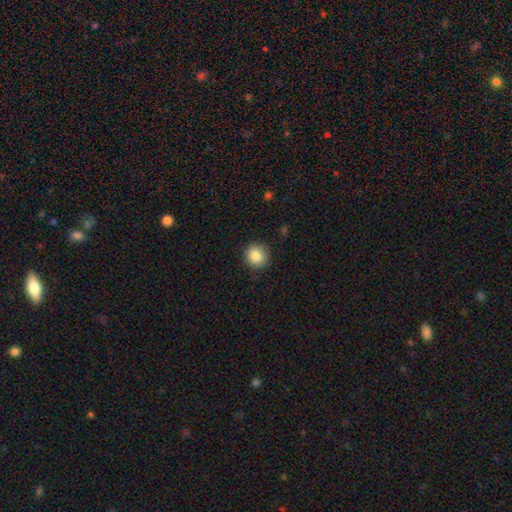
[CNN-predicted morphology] Smooth or featured?
  - smooth: 86% *
  - star or artifact: 9%
  - featured or disk: 5%
How rounded?
  - round: 90% *
  - in between: 9%
  - cigar-shaped: 1%
Merging?
  - none: 88% *
  - minor disturbance: 8%
  - major disturbance: 2%
  - merger: 1%